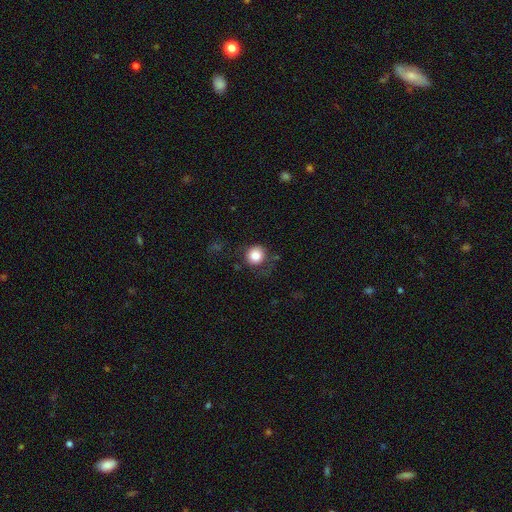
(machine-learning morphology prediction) A smooth galaxy with no disk features (83%) that is round (89%).

Vote fractions:
- Smooth or featured? smooth: 83% / star or artifact: 10% / featured or disk: 7%
- How rounded? round: 89% / in between: 10% / cigar-shaped: 1%
- Merging? none: 73% / minor disturbance: 16% / major disturbance: 8% / merger: 2%